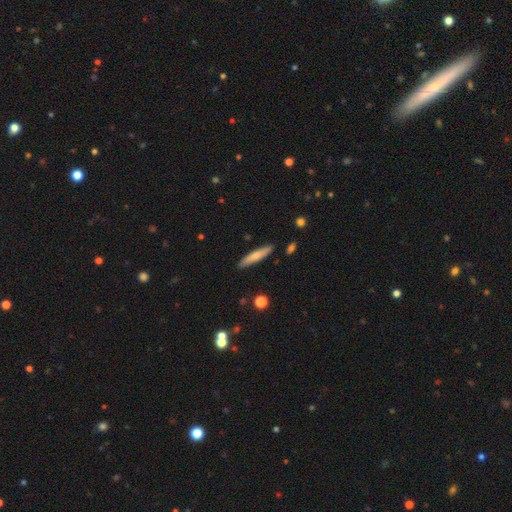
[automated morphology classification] This appears to be a smooth galaxy with no disk features (69%) that is cigar-shaped (88%). Merging: none (87%).